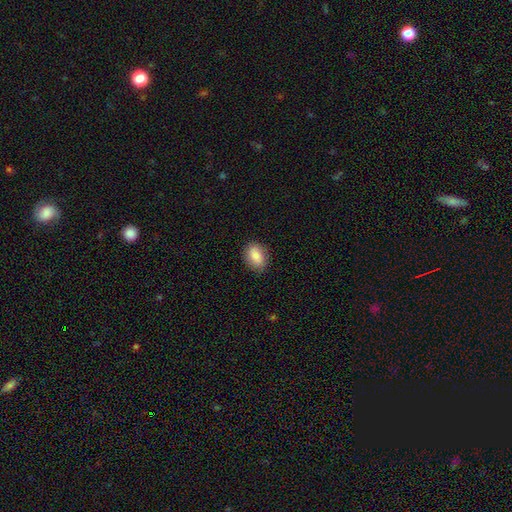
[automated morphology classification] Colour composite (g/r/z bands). It shows a smooth galaxy with no disk features (85%) that is in between round and cigar-shaped (79%). Merging: none (83%).